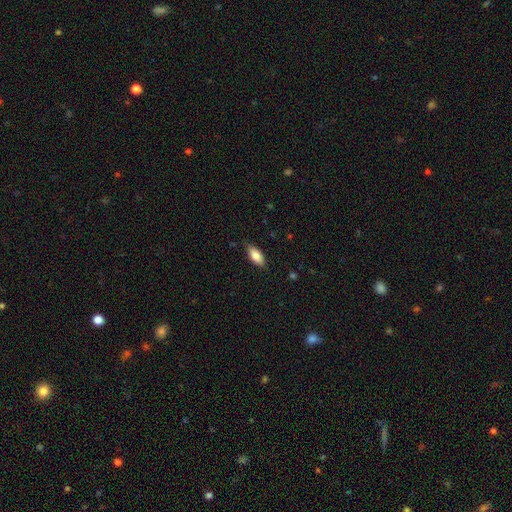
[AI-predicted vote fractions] This appears to be a smooth galaxy with no disk features (83%) that is in between round and cigar-shaped (84%). Merging: none (81%).